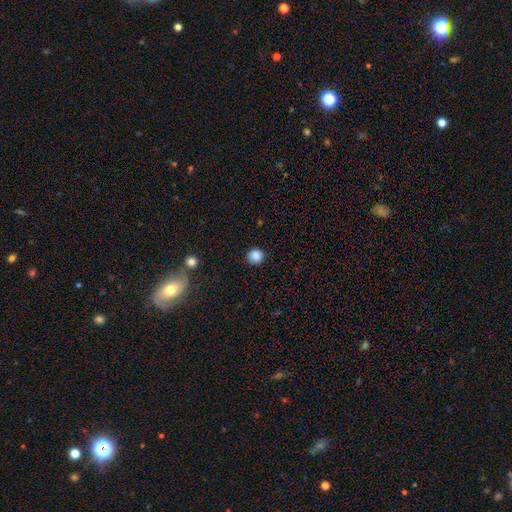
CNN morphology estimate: Overall: smooth (86%). How rounded: round (89%). Merging: none (85%).